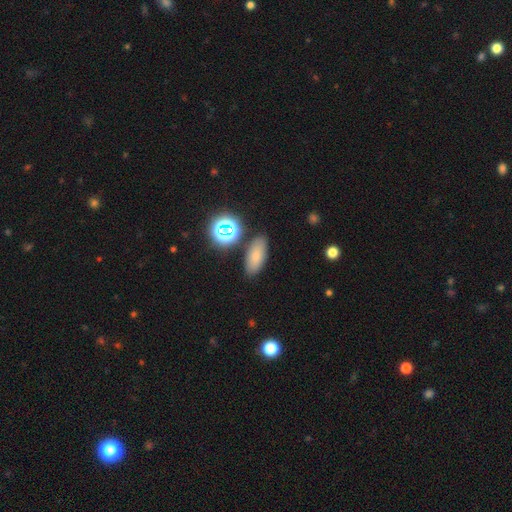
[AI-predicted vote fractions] smooth_or_featured: smooth (p=0.74) [alt: star or artifact p=0.15]
how_rounded: in between (p=0.83) [alt: cigar-shaped p=0.10]
merging: none (p=0.82) [alt: minor disturbance p=0.10]